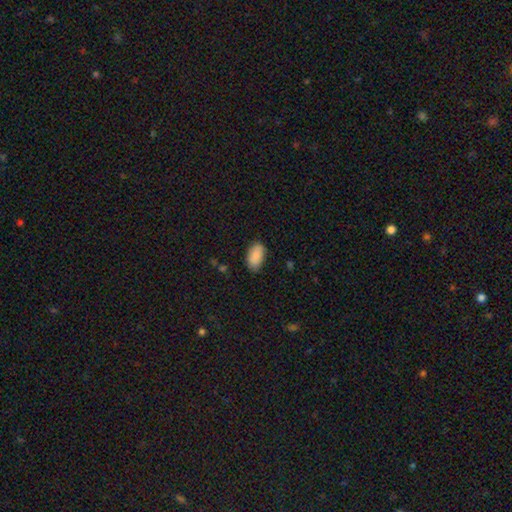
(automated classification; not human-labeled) Smooth or featured? smooth (88%)
How rounded? in between (94%)
Merging? none (79%)